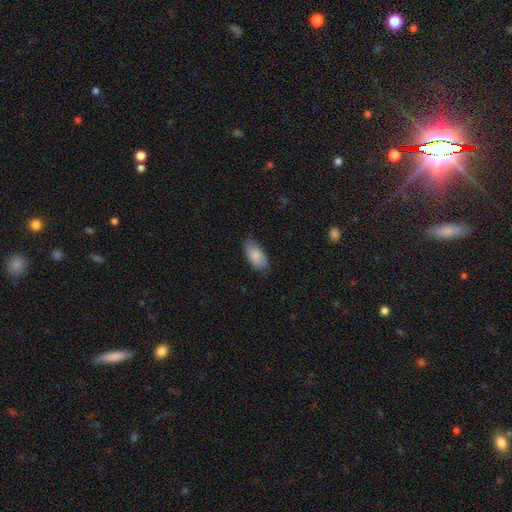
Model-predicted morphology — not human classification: Overall: smooth (84%). How rounded: in between (93%). Merging: none (74%).